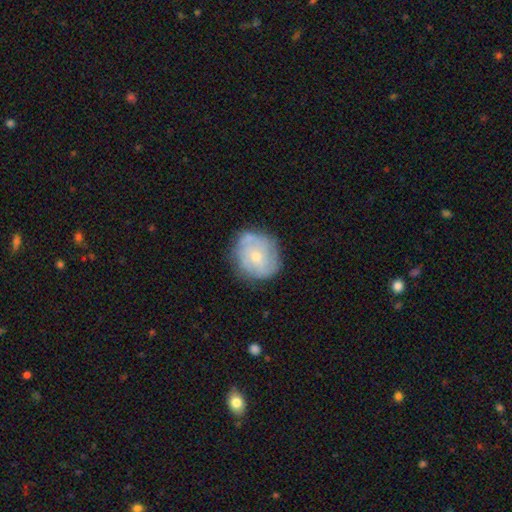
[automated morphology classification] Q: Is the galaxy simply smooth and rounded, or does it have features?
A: featured or disk — 55%.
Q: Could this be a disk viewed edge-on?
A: no — 97%.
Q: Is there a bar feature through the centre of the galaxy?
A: no — 73%.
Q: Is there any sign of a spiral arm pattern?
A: yes — 72%.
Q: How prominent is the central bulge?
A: small — 57%.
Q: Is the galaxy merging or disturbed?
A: none — 72%.